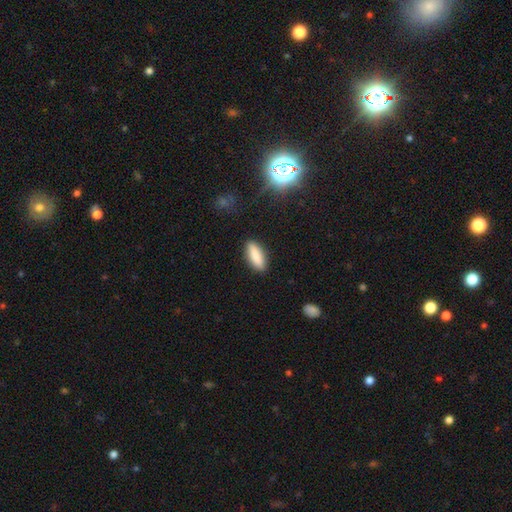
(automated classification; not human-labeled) A smooth galaxy with no disk features (86%) that is in between round and cigar-shaped (63%).

Vote fractions:
- Smooth or featured? smooth: 86% / featured or disk: 8% / star or artifact: 7%
- How rounded? in between: 63% / cigar-shaped: 35% / round: 2%
- Merging? none: 88% / minor disturbance: 9% / major disturbance: 2% / merger: 1%